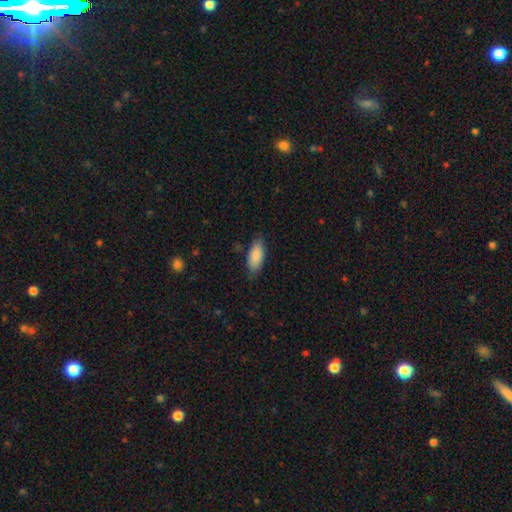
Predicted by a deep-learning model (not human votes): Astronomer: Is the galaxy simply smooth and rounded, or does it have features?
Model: smooth — 88%.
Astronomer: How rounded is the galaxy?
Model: in between — 85%.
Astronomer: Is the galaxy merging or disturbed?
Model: none — 79%.